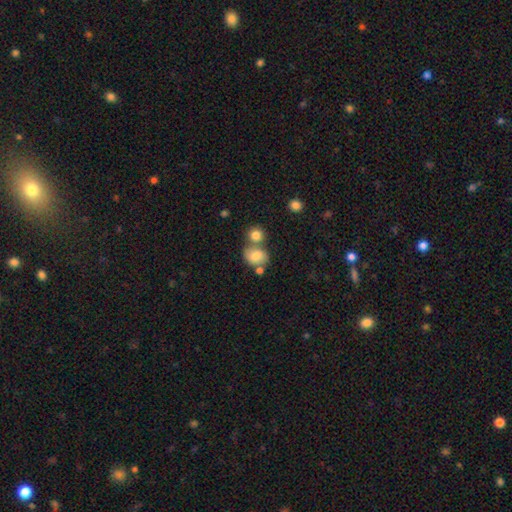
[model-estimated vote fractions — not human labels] Morphology: type=smooth (76%); roundness=round (57%); merging=none (47%).